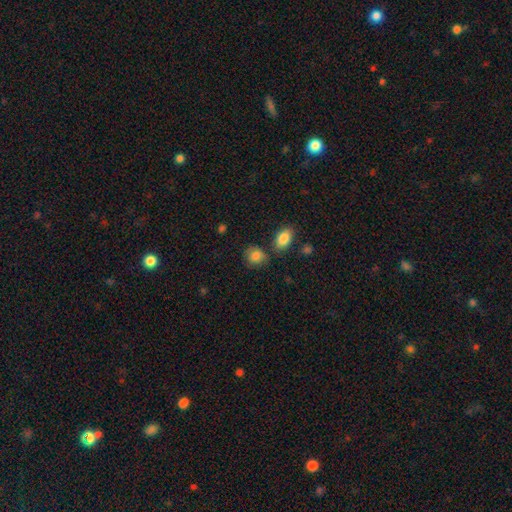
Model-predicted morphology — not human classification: Smooth or featured?
  - smooth: 84% *
  - star or artifact: 8%
  - featured or disk: 7%
How rounded?
  - round: 59% *
  - in between: 40%
  - cigar-shaped: 1%
Merging?
  - none: 67% *
  - minor disturbance: 19%
  - merger: 9%
  - major disturbance: 5%